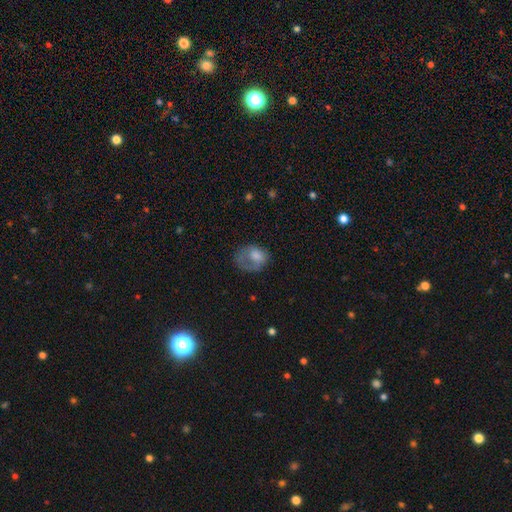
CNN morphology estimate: This is possibly a smooth galaxy (58%). How rounded: possibly in between (53%). Merging: marginally major disturbance (38%).